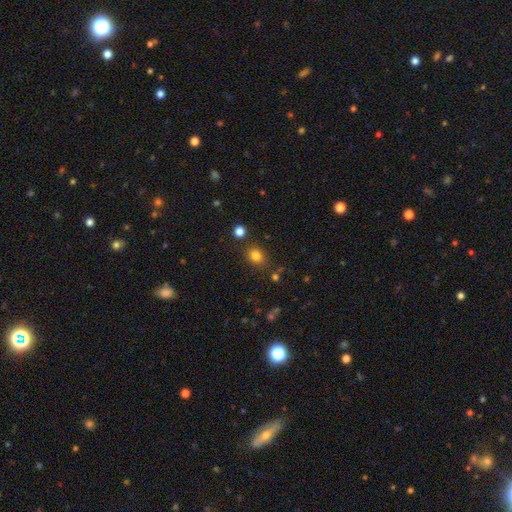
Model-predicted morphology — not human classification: A smooth galaxy with no disk features (80%) that is round (55%). Merging: none (81%).